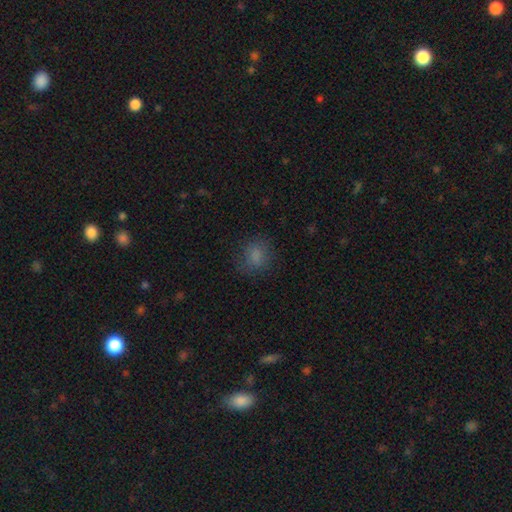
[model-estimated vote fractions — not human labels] Morphology: type=smooth (79%); roundness=round (66%); merging=none (76%).